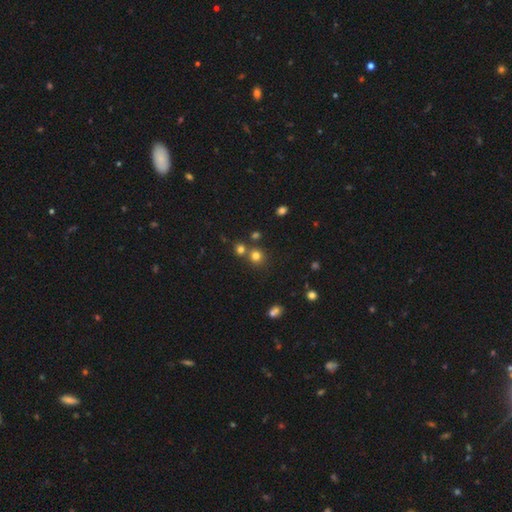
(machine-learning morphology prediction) Smooth or featured? smooth (74%)
How rounded? round (89%)
Merging? none (67%)